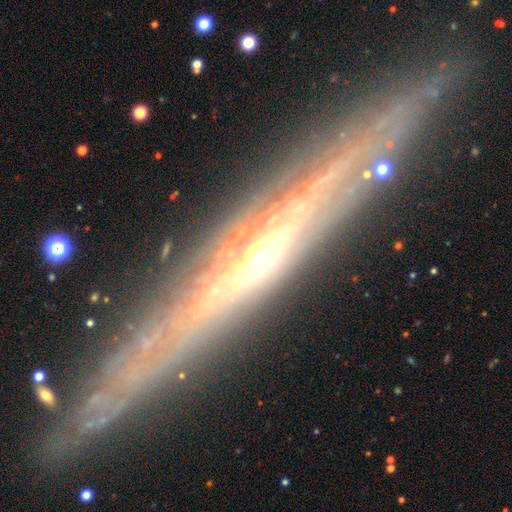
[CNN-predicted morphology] Overall: featured or disk (82%). Edge-on disk: yes (90%). Edge-on bulge: rounded (55%; none 40%). Merging: none (87%).